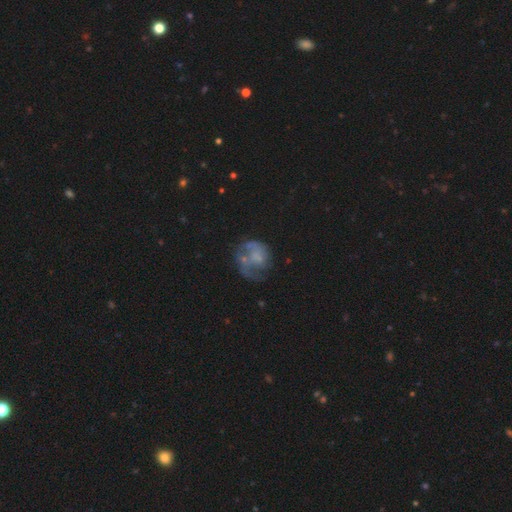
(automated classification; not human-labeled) smooth_or_featured: featured or disk (p=0.56) [alt: smooth p=0.33]
disk_edge_on: no (p=0.98) [alt: yes p=0.02]
bar: no (p=0.84) [alt: weak p=0.14]
has_spiral_arms: yes (p=0.50) [tied with: no p=0.50]
bulge_size: none (p=0.49) [alt: small p=0.29]
merging: none (p=0.38) [alt: major disturbance p=0.32]